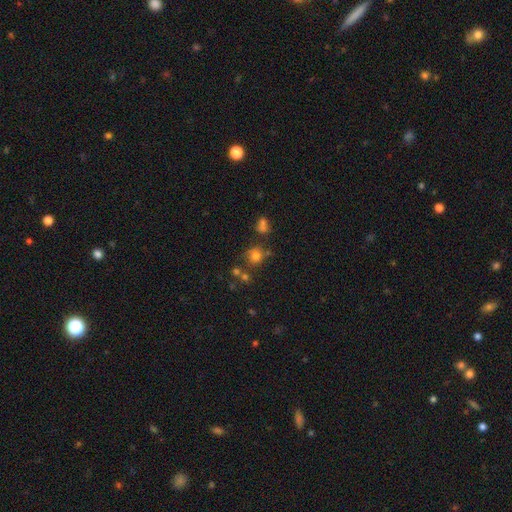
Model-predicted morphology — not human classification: smooth_or_featured: smooth (p=0.73) [alt: star or artifact p=0.17]
how_rounded: round (p=0.85) [alt: in between p=0.13]
merging: none (p=0.64) [alt: merger p=0.17]